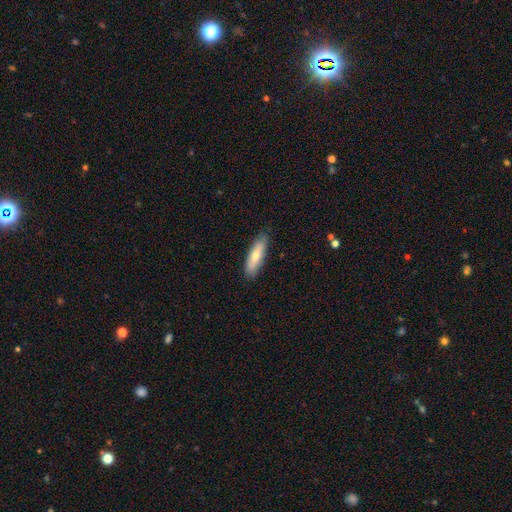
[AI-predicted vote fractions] A smooth galaxy with no disk features (68%) that is cigar-shaped (59%). Merging: none (85%).